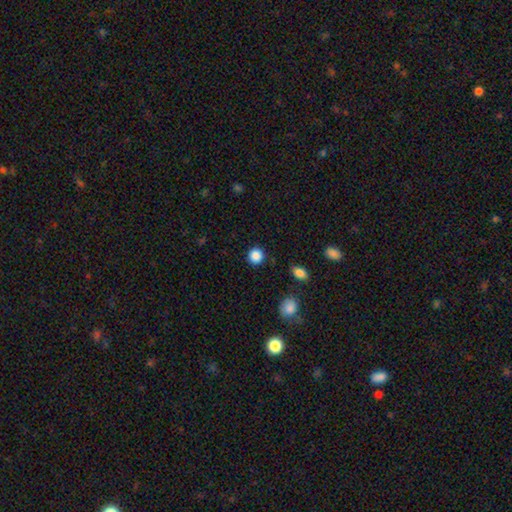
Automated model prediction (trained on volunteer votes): smooth 87%, star or artifact 10%, featured or disk 3%. Down the decision tree: how rounded — round (93%); merging — none (90%).